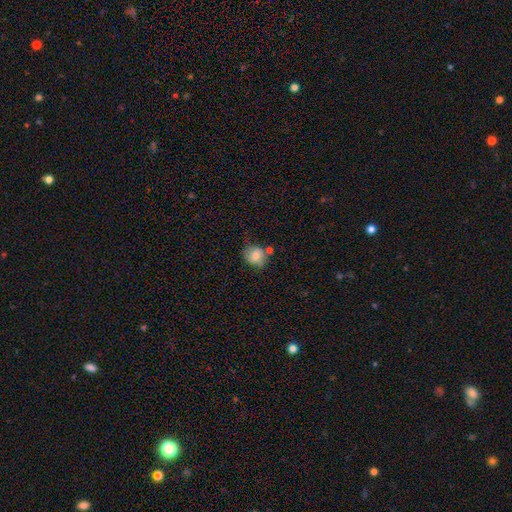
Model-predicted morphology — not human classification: smooth-or-featured: smooth: 72% | featured or disk: 19% | star or artifact: 9%
  how-rounded: round: 73% | in between: 26% | cigar-shaped: 1%
  merging: none: 58% | minor disturbance: 23% | merger: 13% | major disturbance: 6%